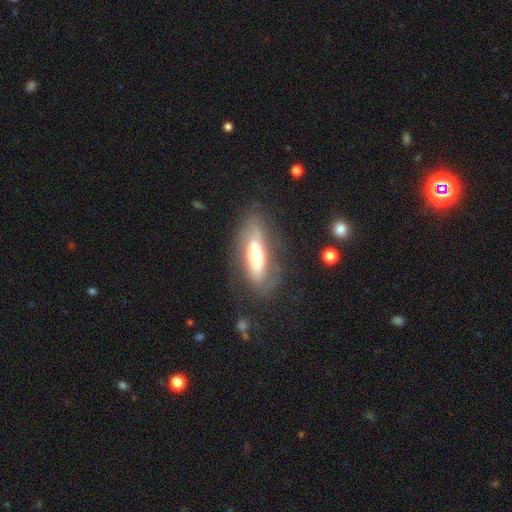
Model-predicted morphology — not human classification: This is possibly a featured or disk galaxy (54%). It is likely not viewed edge-on (66%). Merging: likely none (70%).